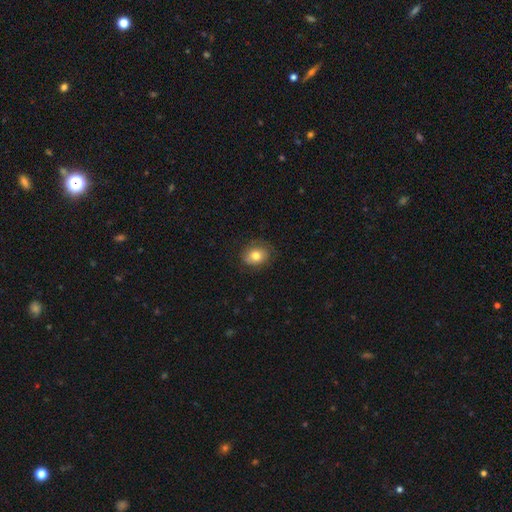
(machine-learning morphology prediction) smooth-or-featured: smooth: 76% | featured or disk: 15% | star or artifact: 10%
  how-rounded: round: 58% | in between: 41% | cigar-shaped: 1%
  merging: none: 79% | minor disturbance: 16% | major disturbance: 5% | merger: 1%